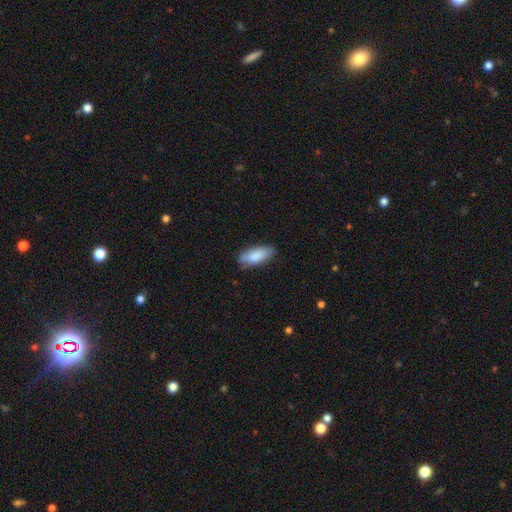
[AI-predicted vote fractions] Overall: smooth (84%). How rounded: in between (81%). Merging: none (75%).